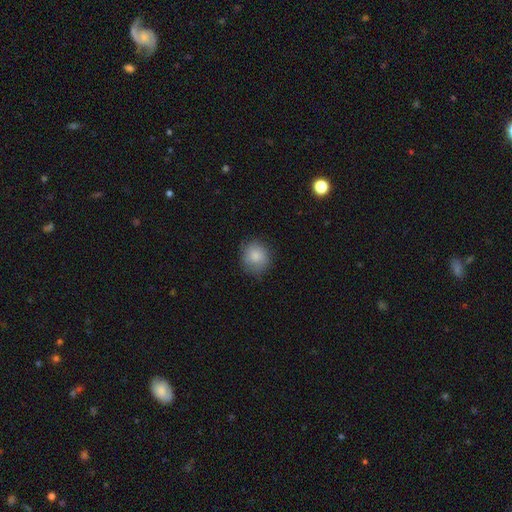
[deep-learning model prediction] A smooth galaxy with no disk features (85%) that is round (83%). Merging: none (79%).